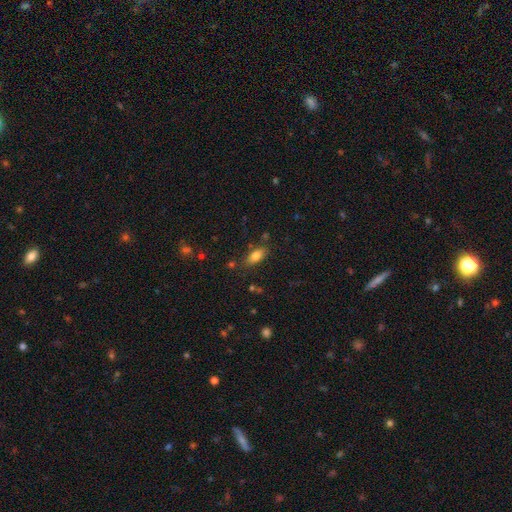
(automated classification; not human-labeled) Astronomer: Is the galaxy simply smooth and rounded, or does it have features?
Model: smooth — 80%.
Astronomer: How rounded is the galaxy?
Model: in between — 84%.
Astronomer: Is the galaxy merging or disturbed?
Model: none — 77%.